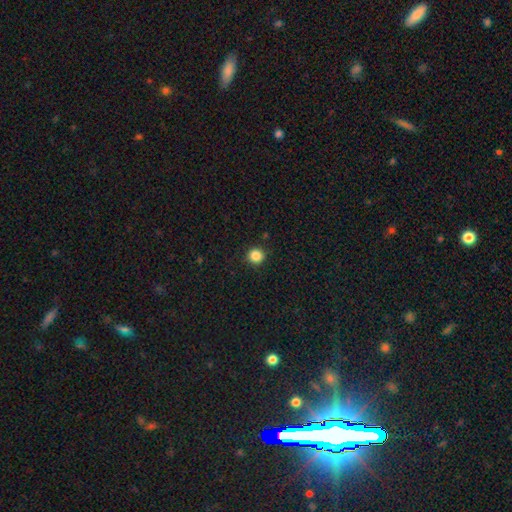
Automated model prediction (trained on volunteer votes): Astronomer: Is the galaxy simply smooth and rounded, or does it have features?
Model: smooth — 86%.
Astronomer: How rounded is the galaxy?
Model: round — 95%.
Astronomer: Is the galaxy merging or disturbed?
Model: none — 91%.